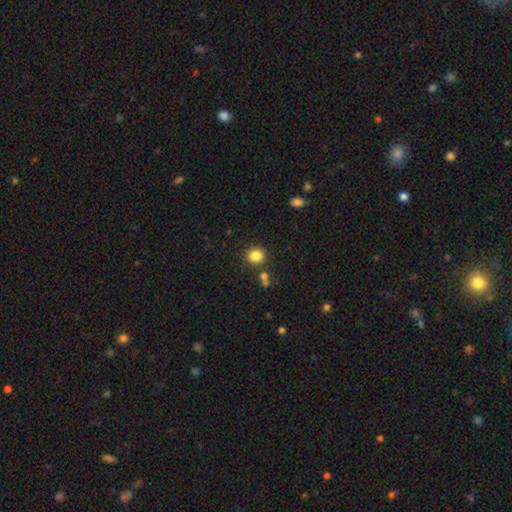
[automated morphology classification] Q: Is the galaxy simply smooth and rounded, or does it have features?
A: smooth — 84%.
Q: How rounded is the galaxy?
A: round — 84%.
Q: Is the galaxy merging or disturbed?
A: none — 83%.